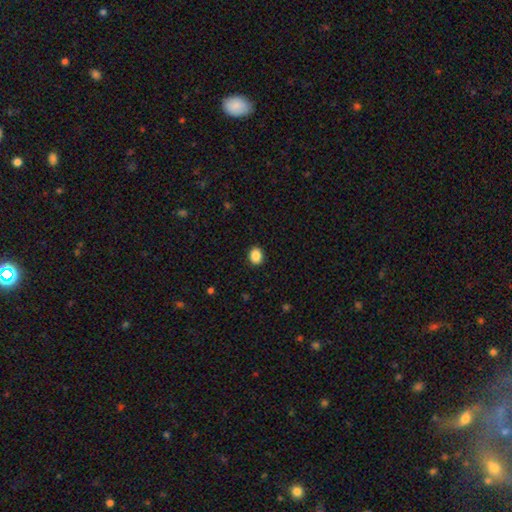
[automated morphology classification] A smooth galaxy with no disk features (88%) that is round (51%). Merging: none (90%).